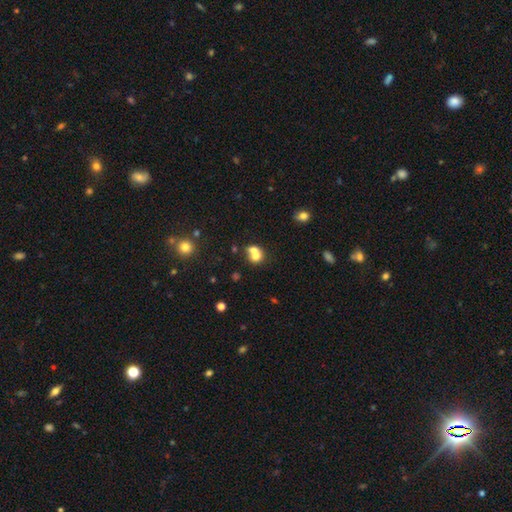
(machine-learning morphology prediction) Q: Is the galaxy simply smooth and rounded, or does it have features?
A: smooth — 68%.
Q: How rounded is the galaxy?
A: round — 72%.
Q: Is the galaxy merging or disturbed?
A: merger — 60%.